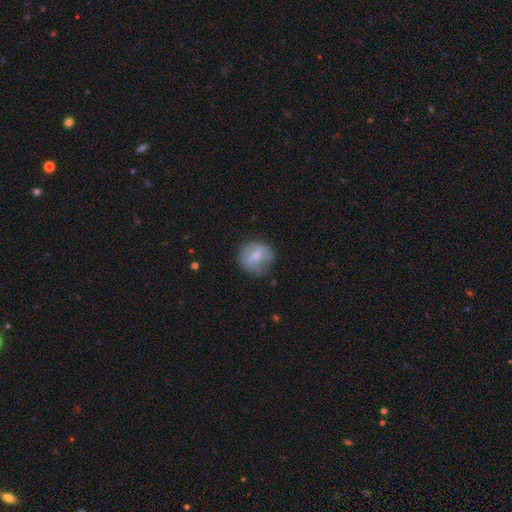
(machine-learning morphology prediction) A smooth galaxy with no disk features (56%) that is round (74%). Merging: none (63%).